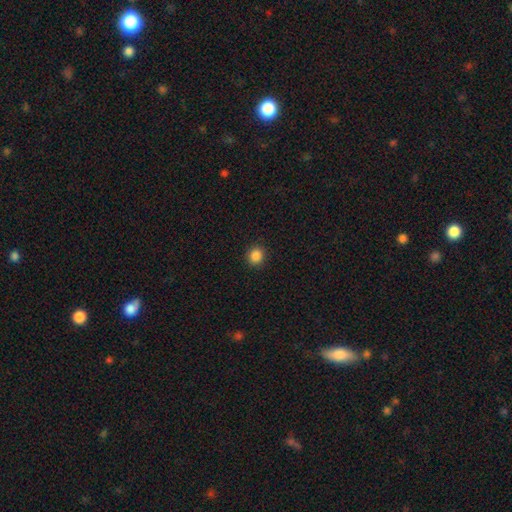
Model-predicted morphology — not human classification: smooth-or-featured: smooth: 86% | star or artifact: 11% | featured or disk: 3%
  how-rounded: round: 85% | in between: 14% | cigar-shaped: 1%
  merging: none: 91% | minor disturbance: 6% | major disturbance: 2% | merger: 1%